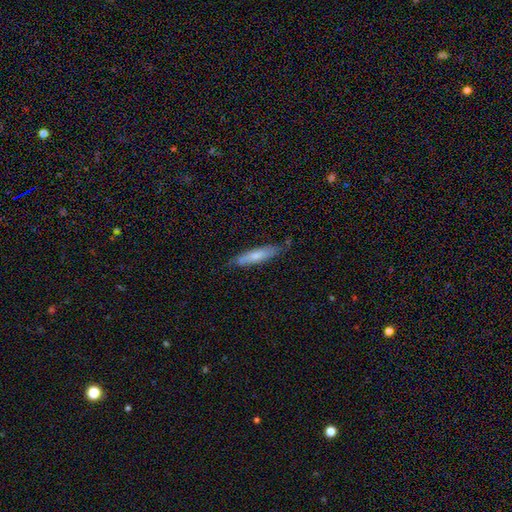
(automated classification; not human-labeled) Morphology: type=smooth (67%); roundness=cigar-shaped (81%); merging=none (76%).